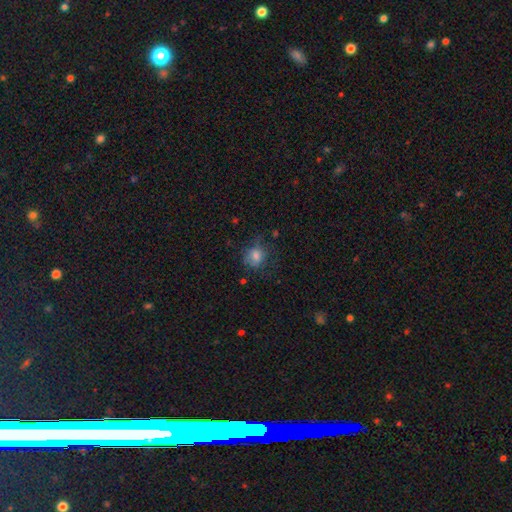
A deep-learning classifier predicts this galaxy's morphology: type=smooth (74%); roundness=round (73%); merging=none (63%).